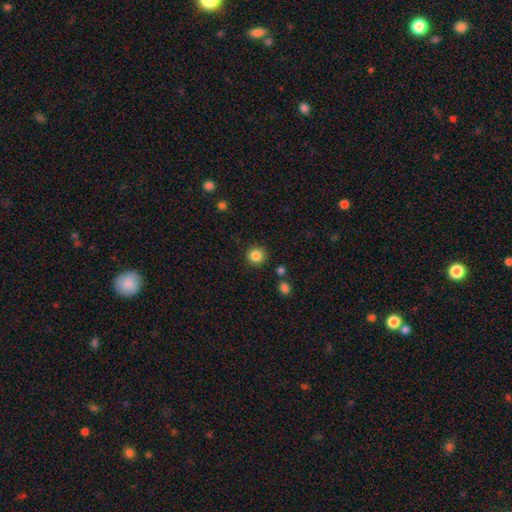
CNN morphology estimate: A smooth galaxy with no disk features (85%) that is round (94%). Merging: none (90%).